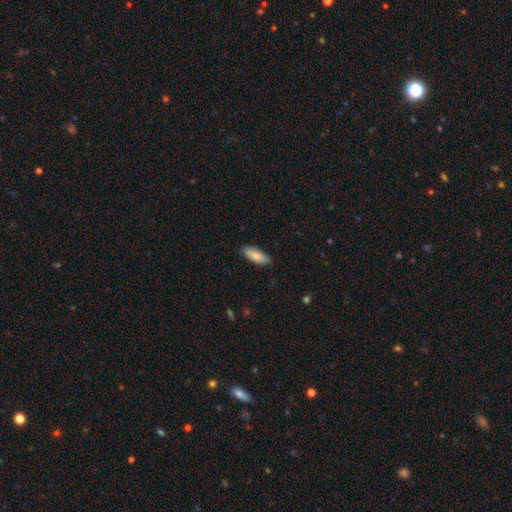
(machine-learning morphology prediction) Q: Smooth or featured?
A: smooth (85%); runner-up: featured or disk (9%)
Q: How rounded?
A: in between (70%); runner-up: cigar-shaped (28%)
Q: Merging?
A: none (87%); runner-up: minor disturbance (10%)